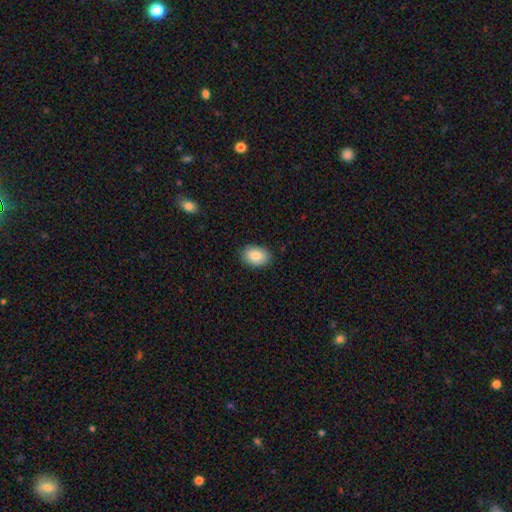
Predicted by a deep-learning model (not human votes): smooth-or-featured: smooth: 84% | featured or disk: 8% | star or artifact: 7%
  how-rounded: in between: 80% | round: 19% | cigar-shaped: 1%
  merging: none: 88% | minor disturbance: 9% | major disturbance: 2% | merger: 1%